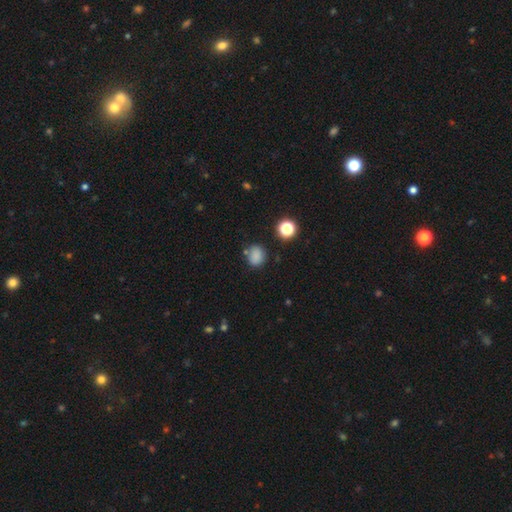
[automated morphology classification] smooth-or-featured: smooth: 81% | star or artifact: 14% | featured or disk: 5%
  how-rounded: round: 60% | in between: 39% | cigar-shaped: 1%
  merging: none: 72% | minor disturbance: 16% | merger: 7% | major disturbance: 5%